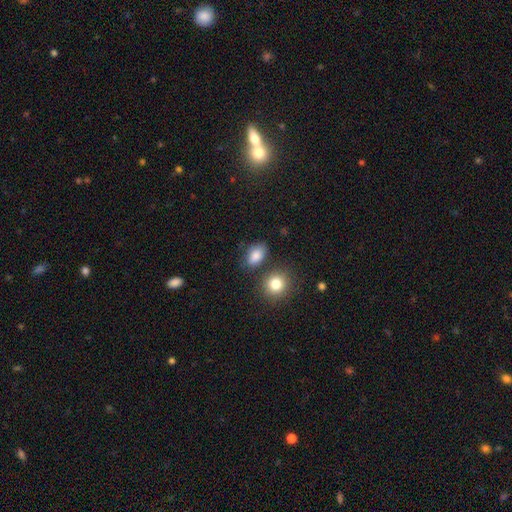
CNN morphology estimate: Smooth or featured? Predicted: smooth (p=0.84). How rounded? Predicted: in between (p=0.82). Merging? Predicted: none (p=0.69).